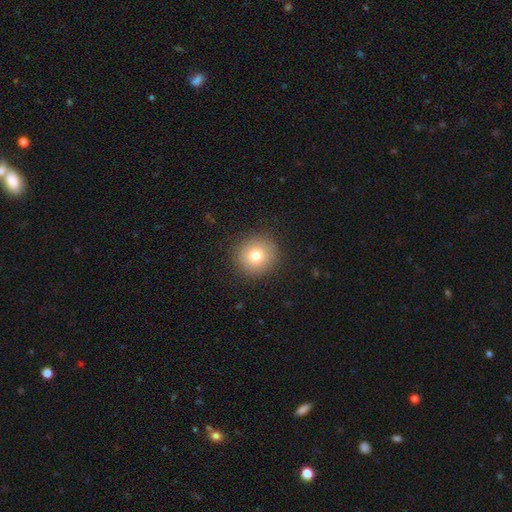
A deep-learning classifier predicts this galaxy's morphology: Q: Smooth or featured?
A: smooth (76%); runner-up: star or artifact (12%)
Q: How rounded?
A: round (93%); runner-up: in between (6%)
Q: Merging?
A: none (90%); runner-up: minor disturbance (6%)